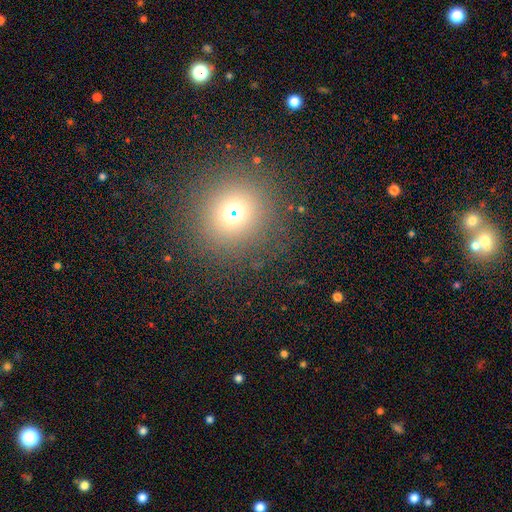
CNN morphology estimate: smooth 64%, star or artifact 28%, featured or disk 8%. Down the decision tree: how rounded — round (92%); merging — none (91%).